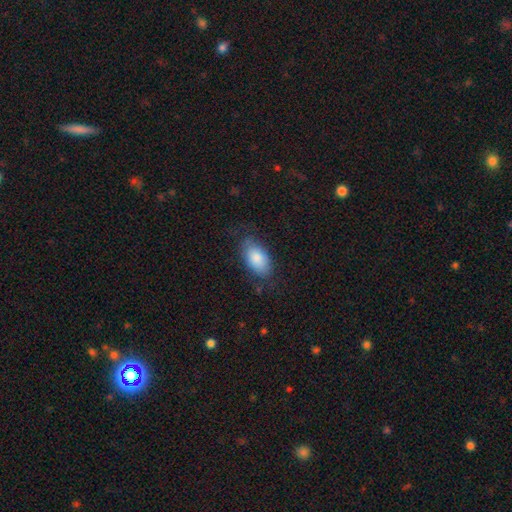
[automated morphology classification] This is clearly a smooth galaxy (81%). How rounded: clearly in between (92%). Merging: likely none (73%).